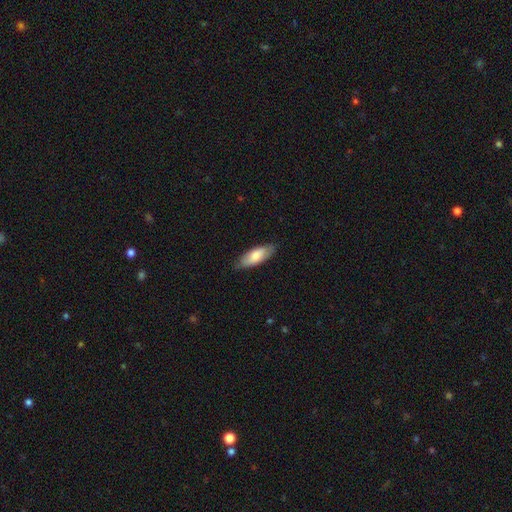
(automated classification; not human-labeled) Smooth or featured?
  - smooth: 75% *
  - featured or disk: 20%
  - star or artifact: 5%
How rounded?
  - in between: 68% *
  - cigar-shaped: 30%
  - round: 2%
Merging?
  - none: 81% *
  - minor disturbance: 15%
  - major disturbance: 2%
  - merger: 1%